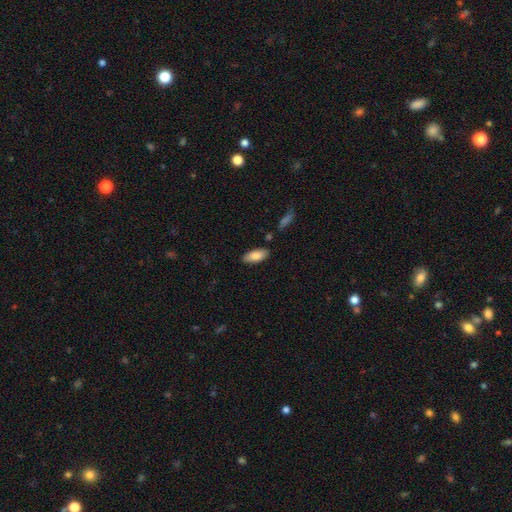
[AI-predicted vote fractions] Smooth or featured?
  - smooth: 84% *
  - featured or disk: 10%
  - star or artifact: 6%
How rounded?
  - in between: 86% *
  - cigar-shaped: 13%
  - round: 2%
Merging?
  - none: 85% *
  - minor disturbance: 10%
  - merger: 3%
  - major disturbance: 2%